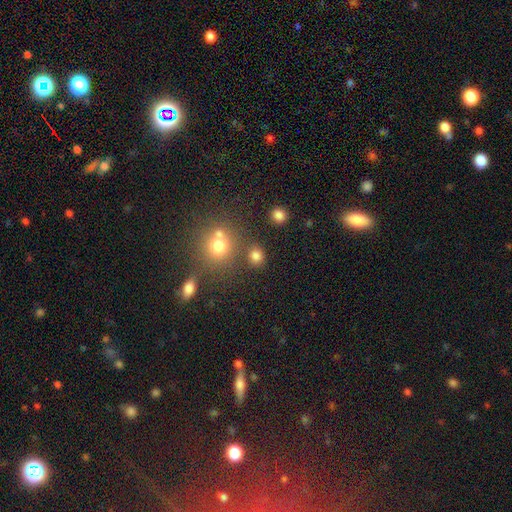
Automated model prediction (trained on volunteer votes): A smooth galaxy with no disk features (79%) that is round (81%).

Vote fractions:
- Smooth or featured? smooth: 79% / star or artifact: 16% / featured or disk: 6%
- How rounded? round: 81% / in between: 17% / cigar-shaped: 1%
- Merging? none: 77% / merger: 12% / minor disturbance: 8% / major disturbance: 4%